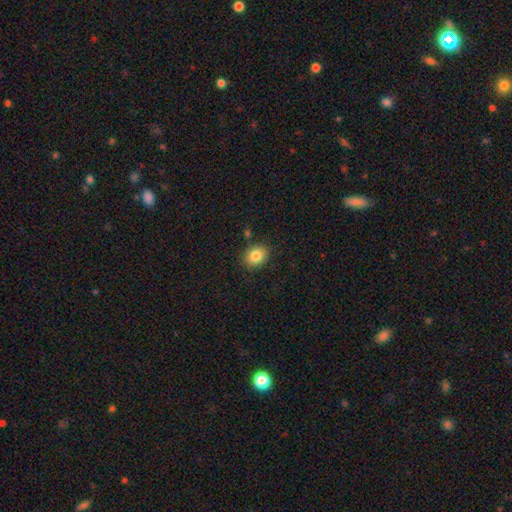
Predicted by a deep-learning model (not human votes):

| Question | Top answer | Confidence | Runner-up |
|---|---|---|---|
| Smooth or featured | smooth | 84% | star or artifact (9%) |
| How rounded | round | 52% | in between (47%) |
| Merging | none | 83% | minor disturbance (11%) |